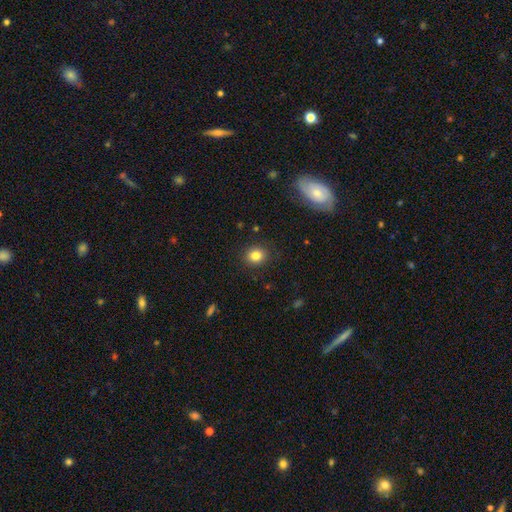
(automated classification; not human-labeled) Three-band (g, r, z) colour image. It shows a smooth galaxy with no disk features (83%) that is round (76%). Merging: none (89%).